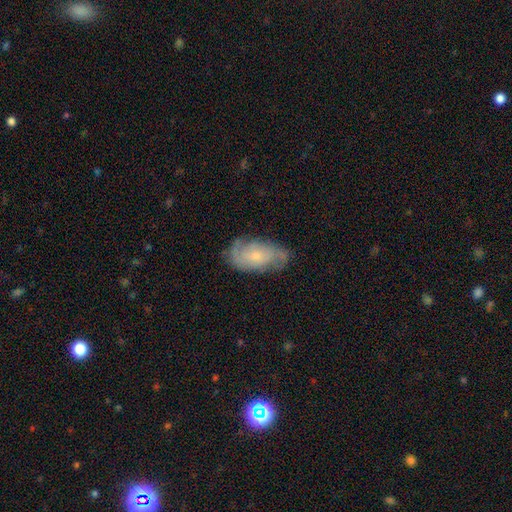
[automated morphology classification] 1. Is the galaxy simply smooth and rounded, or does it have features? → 65% featured or disk, 28% smooth, 7% star or artifact.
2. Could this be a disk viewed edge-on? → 94% no, 6% yes.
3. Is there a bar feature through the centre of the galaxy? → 72% no, 24% weak, 4% strong.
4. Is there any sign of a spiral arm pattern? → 88% yes, 12% no.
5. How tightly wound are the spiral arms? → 42% tight, 39% medium, 18% loose.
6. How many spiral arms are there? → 52% 2, 30% can't tell, 8% 3, 4% 1, 3% 4, 3% more than 4.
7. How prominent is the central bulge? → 61% small, 31% moderate, 5% none, 2% large, 1% dominant.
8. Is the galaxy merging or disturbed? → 69% none, 22% minor disturbance, 7% major disturbance, 1% merger.